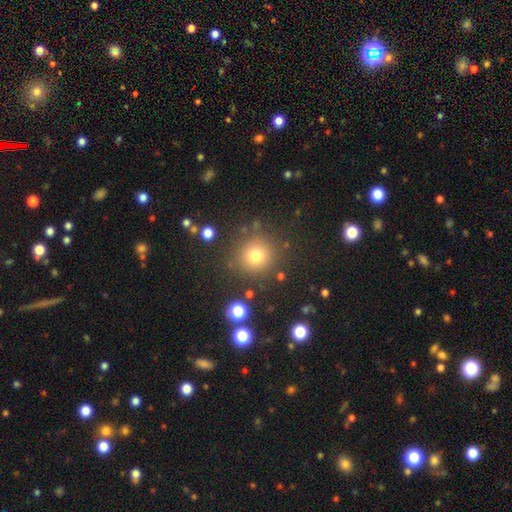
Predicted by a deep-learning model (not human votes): A smooth galaxy with no disk features (76%) that is round (93%). Merging: none (84%).